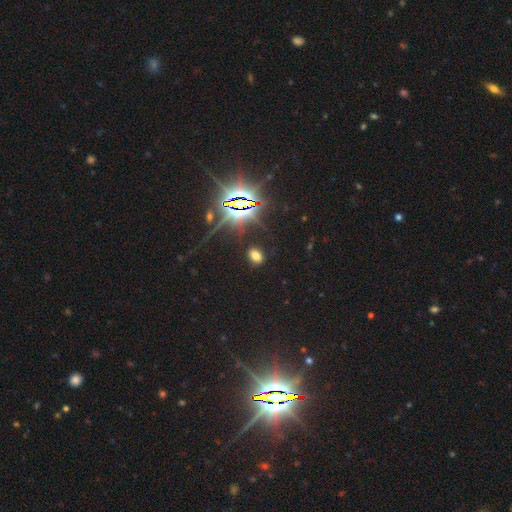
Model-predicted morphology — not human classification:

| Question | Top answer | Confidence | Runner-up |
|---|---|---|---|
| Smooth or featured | smooth | 61% | star or artifact (32%) |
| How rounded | in between | 77% | round (21%) |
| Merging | none | 87% | minor disturbance (8%) |